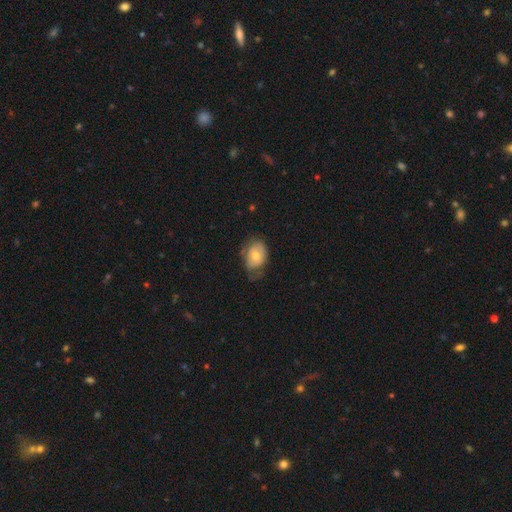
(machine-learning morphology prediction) smooth_or_featured: smooth (p=0.63) [alt: featured or disk p=0.30]
how_rounded: in between (p=0.76) [alt: round p=0.22]
merging: none (p=0.45) [alt: minor disturbance p=0.35]